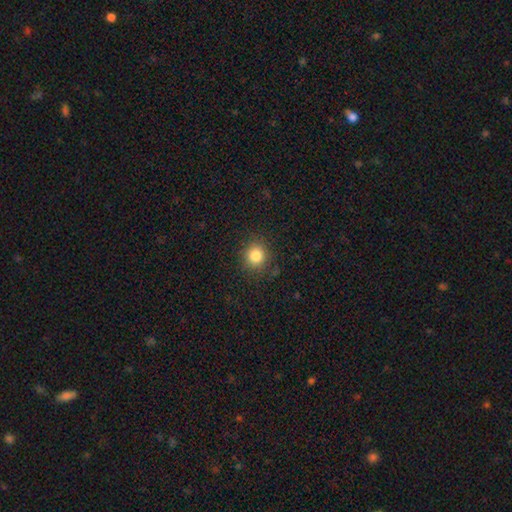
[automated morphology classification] Overall: smooth (83%). How rounded: round (89%). Merging: none (87%).